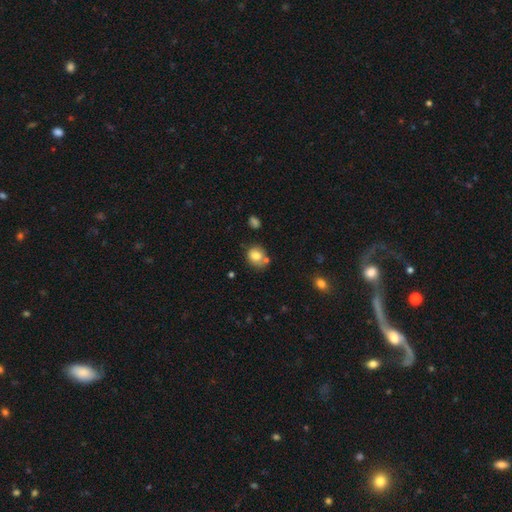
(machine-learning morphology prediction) type=smooth (79%); roundness=round (68%); merging=none (59%).